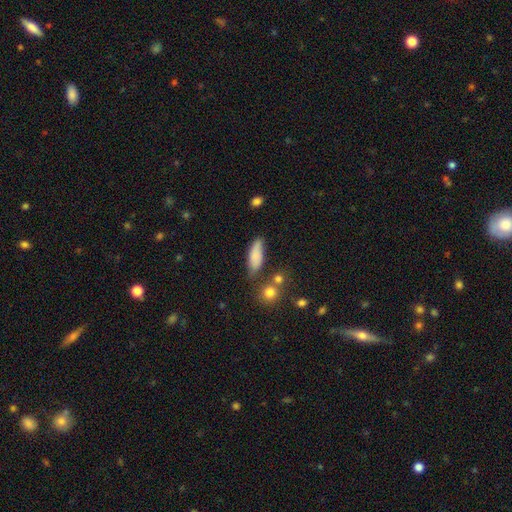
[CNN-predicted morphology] This is clearly a smooth galaxy (81%). How rounded: likely in between (65%). Merging: likely none (62%).